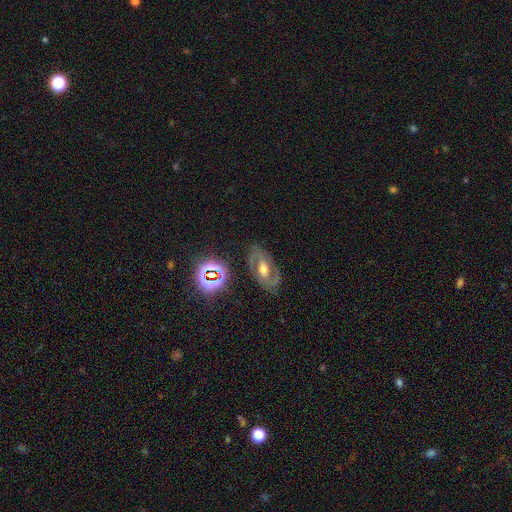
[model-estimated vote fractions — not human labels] Overall: featured or disk (63%). Edge-on disk: no (91%). Bar: no (54%; weak 30%). Spiral arms: yes (64%; no 36%). Bulge size: moderate (71%). Merging: none (82%).